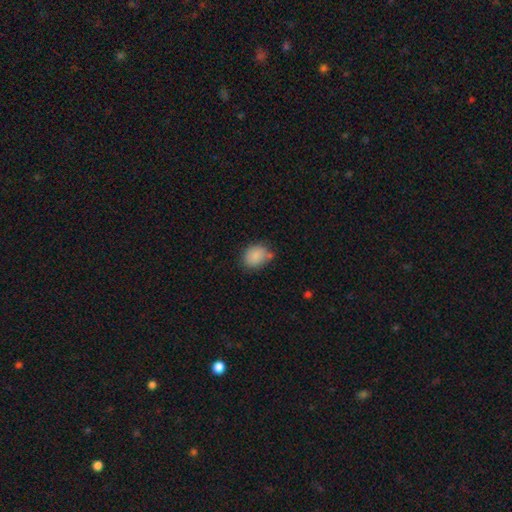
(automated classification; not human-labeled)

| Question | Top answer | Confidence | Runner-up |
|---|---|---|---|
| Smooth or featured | smooth | 87% | star or artifact (8%) |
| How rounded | in between | 58% | round (41%) |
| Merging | none | 67% | minor disturbance (20%) |